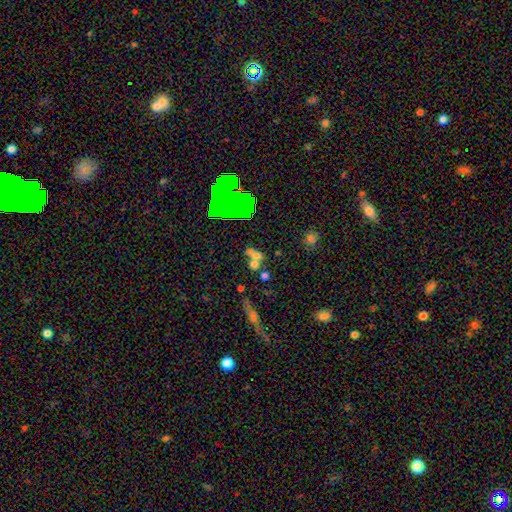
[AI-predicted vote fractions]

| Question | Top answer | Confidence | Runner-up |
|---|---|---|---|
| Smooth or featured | smooth | 56% | star or artifact (23%) |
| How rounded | round | 54% | in between (39%) |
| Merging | merger | 52% | none (33%) |